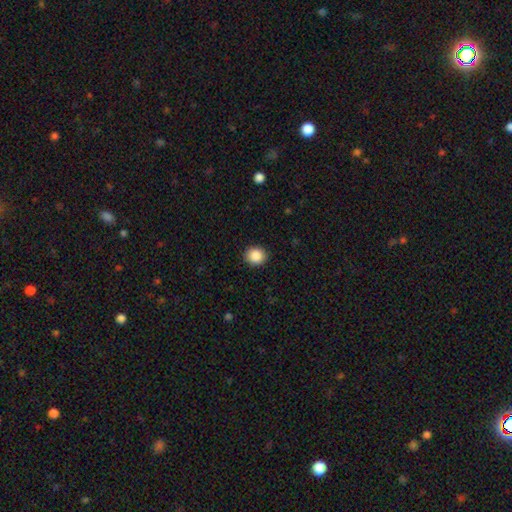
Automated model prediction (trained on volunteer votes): smooth 88%, star or artifact 9%, featured or disk 3%. Down the decision tree: how rounded — round (76%); merging — none (90%).